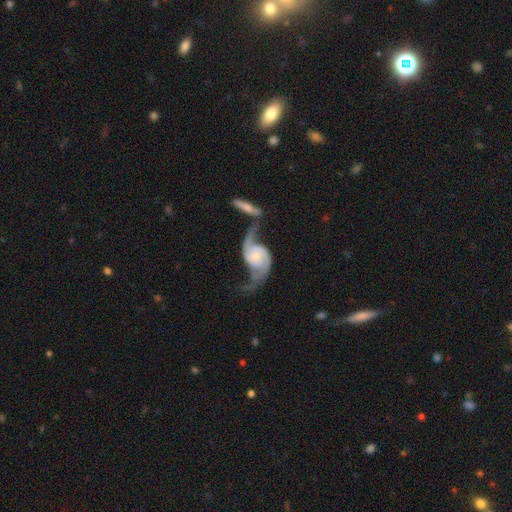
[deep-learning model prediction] Morphology: type=featured or disk (90%); edge-on=no (97%); bar=no (63%); spiral arms=yes (97%); winding=loose (63%); arm count=2 (92%); bulge=small (60%); merging=none (36%).